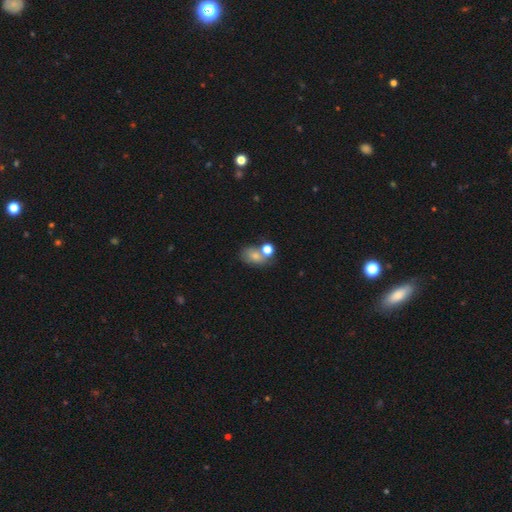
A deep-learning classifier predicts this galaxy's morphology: Smooth or featured: smooth — 72% (featured or disk — 15%)
How rounded: in between — 67% (round — 31%)
Merging: none — 43% (merger — 34%)